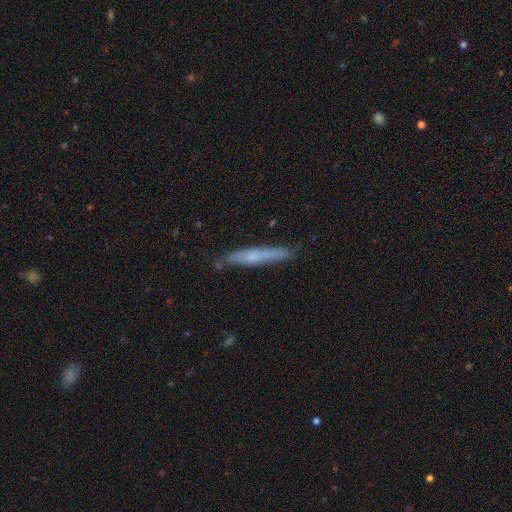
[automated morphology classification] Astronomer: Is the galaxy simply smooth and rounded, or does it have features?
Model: smooth — 52% (runner-up: featured or disk, 41%).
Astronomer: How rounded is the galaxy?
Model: cigar-shaped — 95%.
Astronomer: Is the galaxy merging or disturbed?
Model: none — 82%.